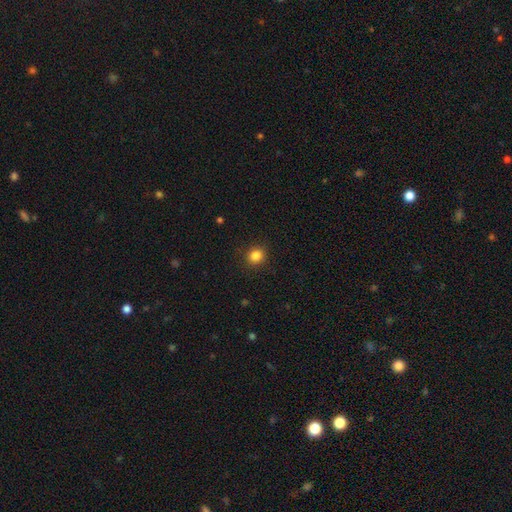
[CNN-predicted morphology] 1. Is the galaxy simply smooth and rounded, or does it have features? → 85% smooth, 11% star or artifact, 4% featured or disk.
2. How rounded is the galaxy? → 84% round, 15% in between, 1% cigar-shaped.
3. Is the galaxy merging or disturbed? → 90% none, 7% minor disturbance, 2% major disturbance, 1% merger.